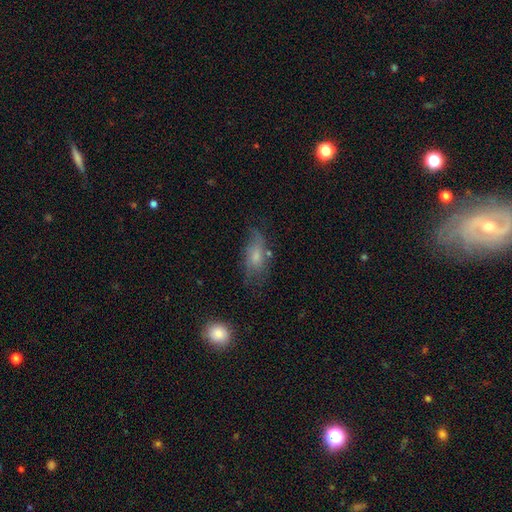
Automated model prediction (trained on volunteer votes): Smooth or featured: smooth — 52% (featured or disk — 38%)
How rounded: in between — 82% (cigar-shaped — 12%)
Merging: none — 50% (minor disturbance — 28%)